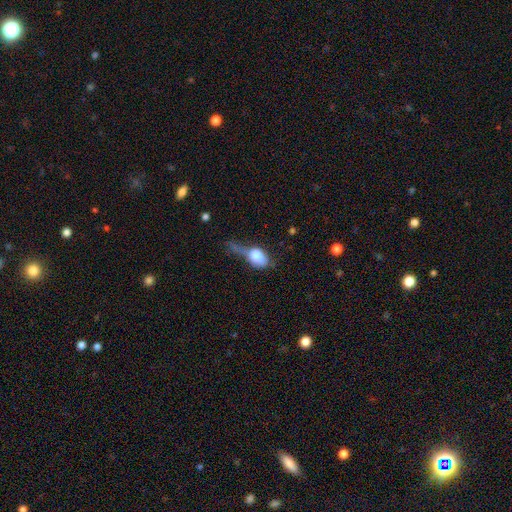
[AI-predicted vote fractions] This appears to be a smooth galaxy with no disk features (73%) that is in between round and cigar-shaped (75%). Merging: major disturbance (45%).